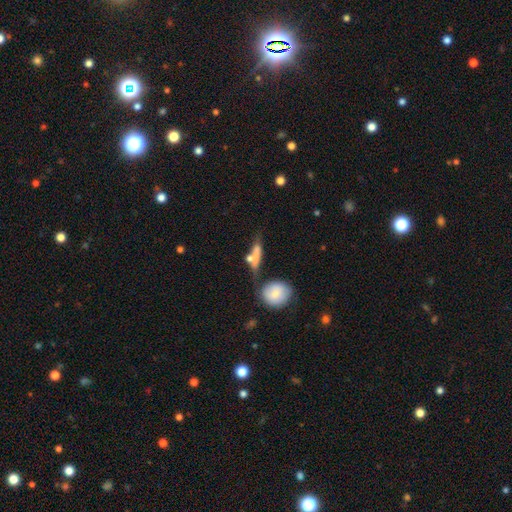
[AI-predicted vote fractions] Q: Smooth or featured?
A: smooth (58%); runner-up: featured or disk (33%)
Q: How rounded?
A: cigar-shaped (63%); runner-up: in between (28%)
Q: Merging?
A: none (48%); runner-up: merger (24%)